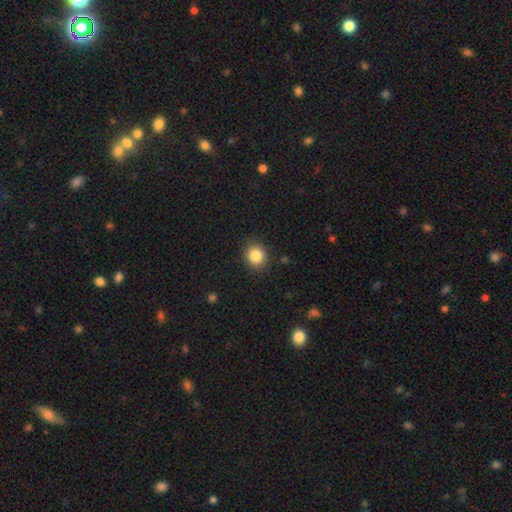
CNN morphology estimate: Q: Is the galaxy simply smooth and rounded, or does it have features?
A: smooth — 85%.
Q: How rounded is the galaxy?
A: round — 76%.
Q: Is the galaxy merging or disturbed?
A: none — 88%.